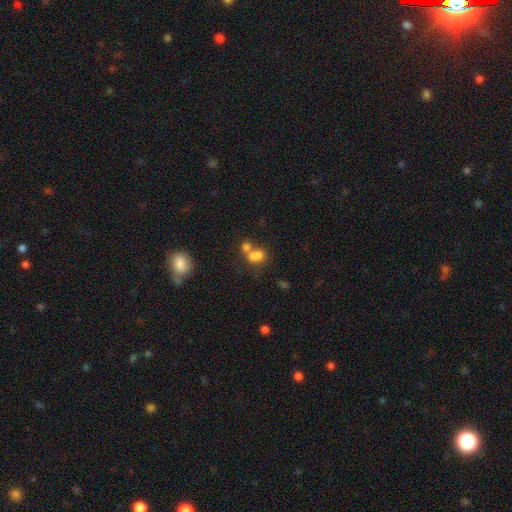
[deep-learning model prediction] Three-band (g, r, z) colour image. It shows a smooth galaxy with no disk features (69%) that is in between round and cigar-shaped (49%, tied with round). Merging: merger (62%).